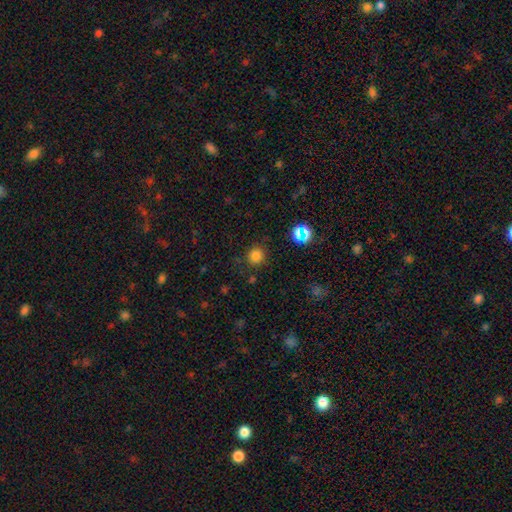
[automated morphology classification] The model was most divided on "smooth or featured": smooth: 77%, star or artifact: 18%, featured or disk: 5%. More confident: how rounded — round (90%); merging — none (83%).